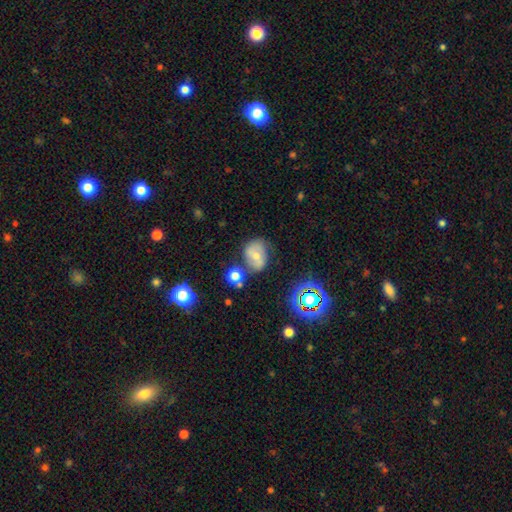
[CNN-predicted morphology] smooth_or_featured: featured or disk (p=0.46) [alt: smooth p=0.41]
merging: none (p=0.59) [alt: minor disturbance p=0.22]